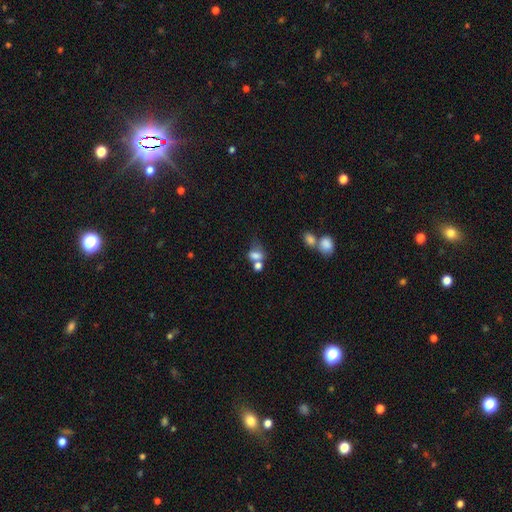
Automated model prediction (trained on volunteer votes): A smooth galaxy with no disk features (73%) that is in between round and cigar-shaped (72%). Merging: merger (45%).